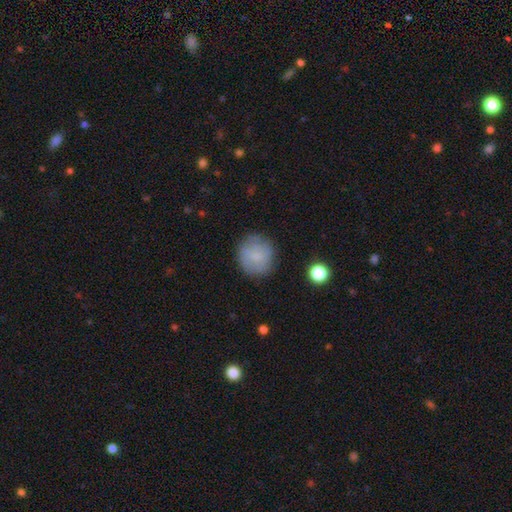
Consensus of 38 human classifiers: smooth-or-featured: smooth: 74% | featured or disk: 16% | star or artifact: 11%
  how-rounded: round: 93% | in between: 4% | cigar-shaped: 4%
  merging: none: 91% | minor disturbance: 6% | merger: 3% | major disturbance: 0%